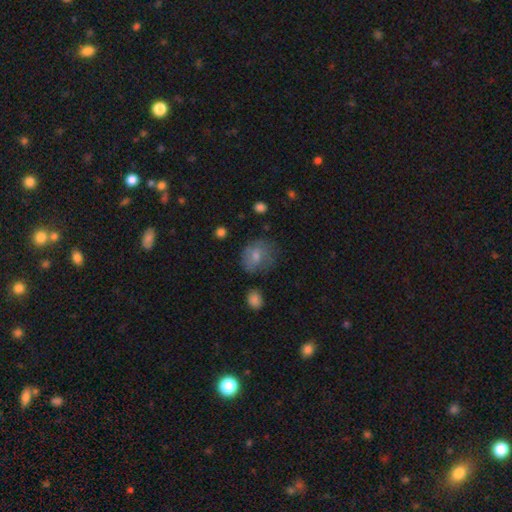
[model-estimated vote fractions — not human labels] Overall: smooth (68%). How rounded: round (58%; in between 41%). Merging: none (53%; minor disturbance 26%).